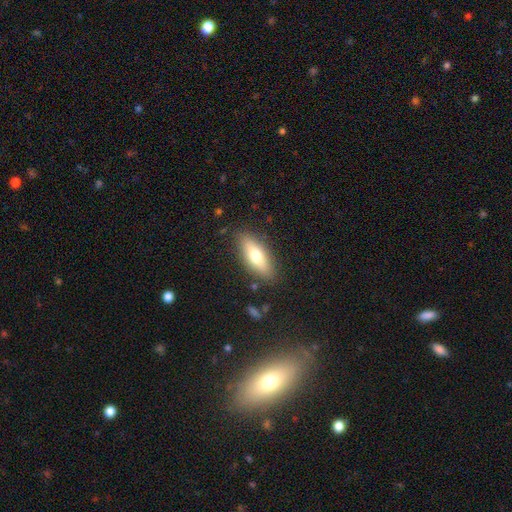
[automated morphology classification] Q: Smooth or featured?
A: smooth (66%); runner-up: featured or disk (27%)
Q: How rounded?
A: in between (68%); runner-up: cigar-shaped (30%)
Q: Merging?
A: none (84%); runner-up: minor disturbance (11%)